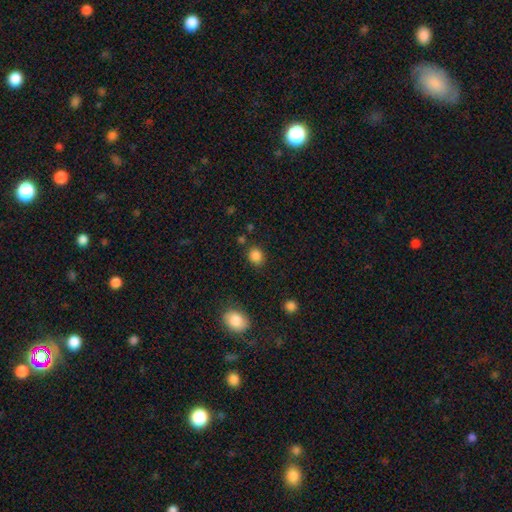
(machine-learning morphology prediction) Q: Smooth or featured?
A: smooth (85%); runner-up: star or artifact (12%)
Q: How rounded?
A: round (66%); runner-up: in between (33%)
Q: Merging?
A: none (82%); runner-up: minor disturbance (11%)